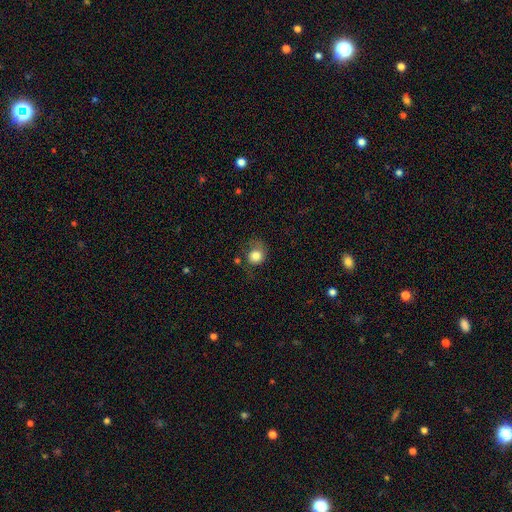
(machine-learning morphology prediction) smooth 75%, featured or disk 16%, star or artifact 9%. Down the decision tree: how rounded — round (78%); merging — none (48%).